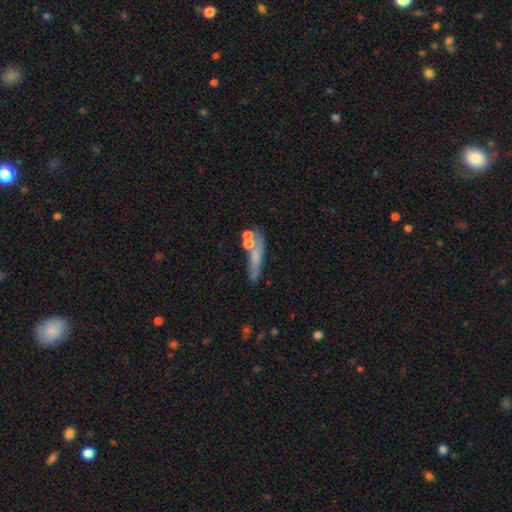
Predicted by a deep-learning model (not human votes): Overall: smooth (55%; featured or disk 34%). How rounded: cigar-shaped (75%). Merging: none (58%).